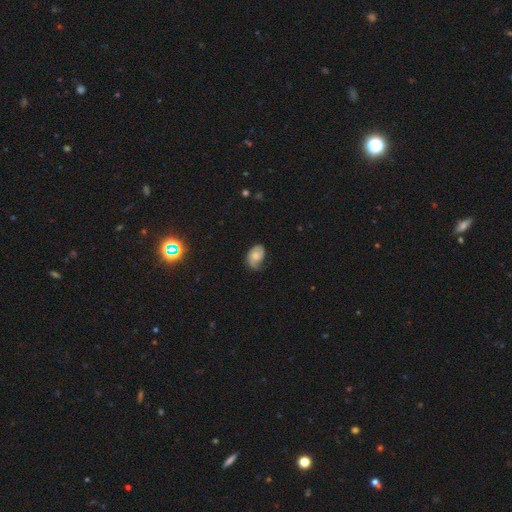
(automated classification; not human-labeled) This is possibly a featured or disk galaxy (49%). Merging: possibly none (59%).